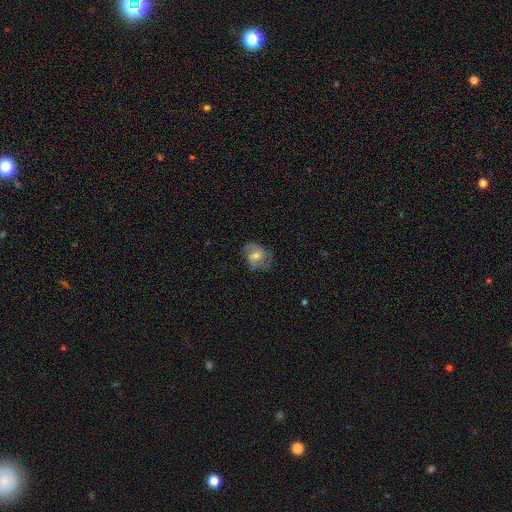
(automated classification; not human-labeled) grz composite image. It shows a smooth galaxy with no disk features (46%). Merging: none (64%).